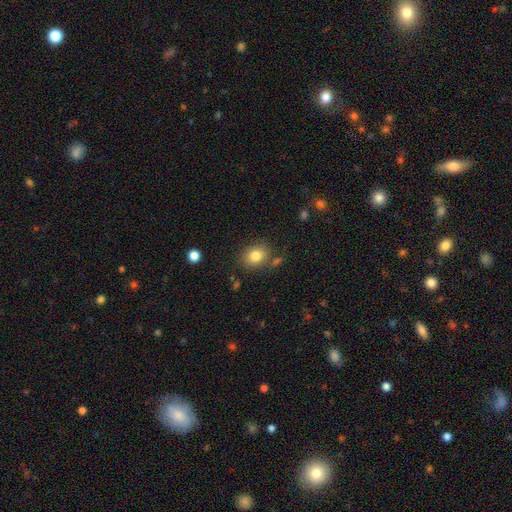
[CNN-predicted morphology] Smooth or featured? Predicted: smooth (p=0.82). How rounded? Predicted: round (p=0.51). Merging? Predicted: none (p=0.77).